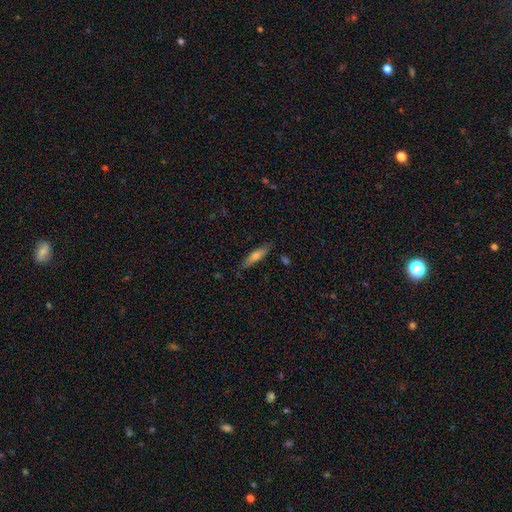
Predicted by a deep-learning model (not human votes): Morphology: type=smooth (65%); roundness=cigar-shaped (73%); merging=none (80%).